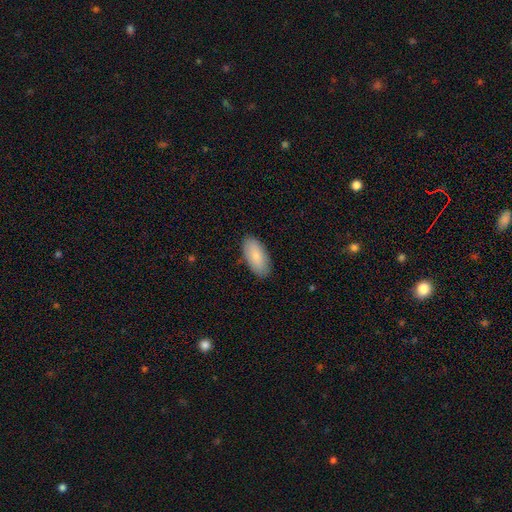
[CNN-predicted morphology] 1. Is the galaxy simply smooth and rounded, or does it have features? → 82% smooth, 13% featured or disk, 6% star or artifact.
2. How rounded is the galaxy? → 92% in between, 6% cigar-shaped, 2% round.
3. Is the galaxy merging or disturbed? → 88% none, 10% minor disturbance, 2% major disturbance, 1% merger.